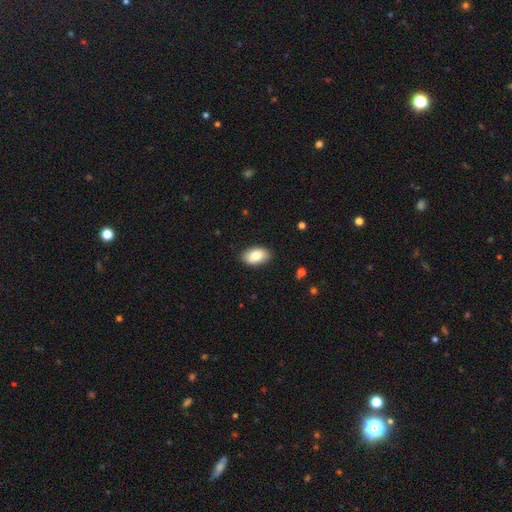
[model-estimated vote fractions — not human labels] Smooth or featured? Predicted: smooth (p=0.82). How rounded? Predicted: in between (p=0.93). Merging? Predicted: none (p=0.88).